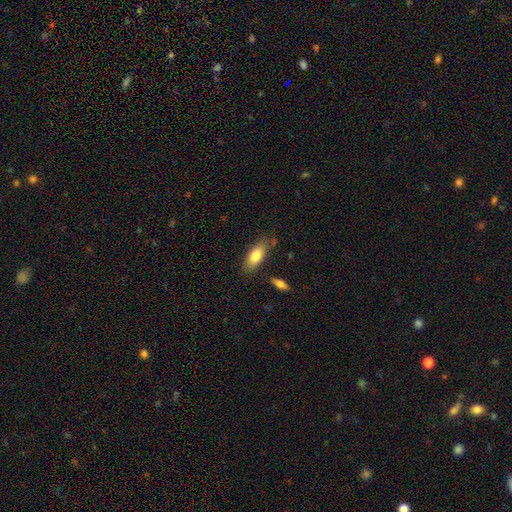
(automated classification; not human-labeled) Q: Smooth or featured?
A: smooth (79%); runner-up: featured or disk (14%)
Q: How rounded?
A: in between (82%); runner-up: cigar-shaped (16%)
Q: Merging?
A: none (76%); runner-up: minor disturbance (17%)